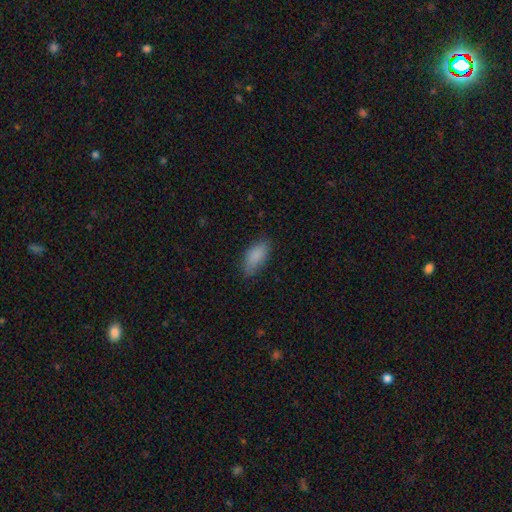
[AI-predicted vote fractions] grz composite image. It shows a smooth galaxy with no disk features (86%) that is in between round and cigar-shaped (86%). Merging: none (75%).